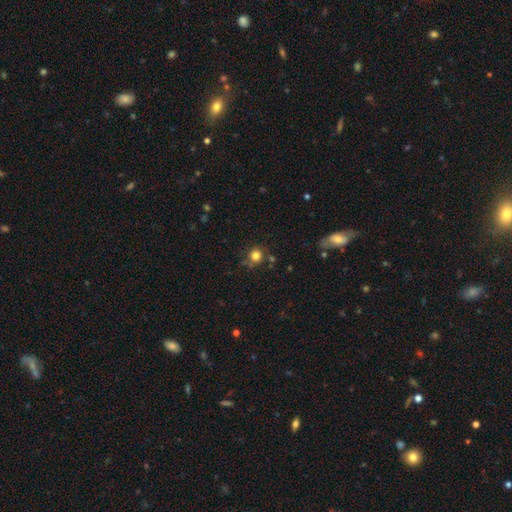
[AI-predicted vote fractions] Smooth or featured? Predicted: smooth (p=0.79). How rounded? Predicted: round (p=0.91). Merging? Predicted: none (p=0.76).